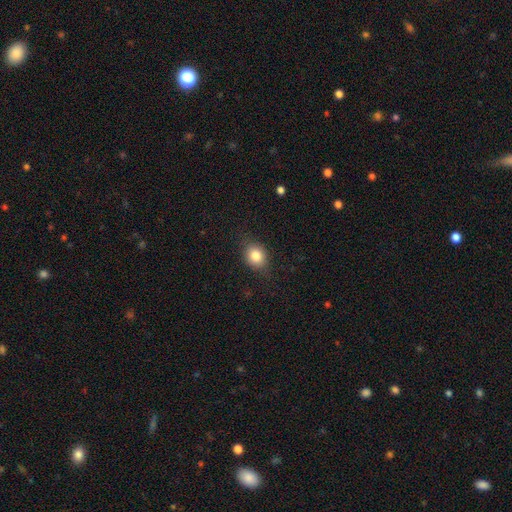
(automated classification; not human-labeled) Overall: smooth (83%). How rounded: round (56%; in between 43%). Merging: none (81%).